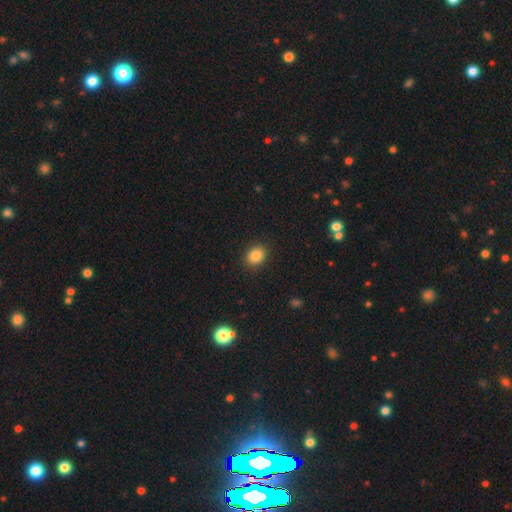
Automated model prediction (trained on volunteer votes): Q: Smooth or featured?
A: smooth (85%); runner-up: star or artifact (10%)
Q: How rounded?
A: in between (50%); runner-up: round (49%)
Q: Merging?
A: none (90%); runner-up: minor disturbance (7%)